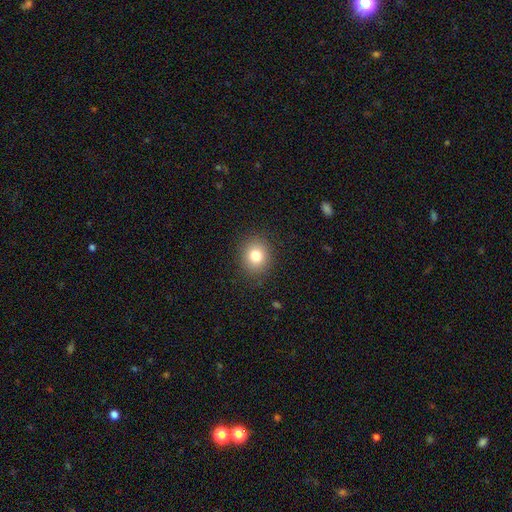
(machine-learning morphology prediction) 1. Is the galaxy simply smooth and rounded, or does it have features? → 79% smooth, 12% star or artifact, 9% featured or disk.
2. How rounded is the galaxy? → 74% round, 25% in between, 1% cigar-shaped.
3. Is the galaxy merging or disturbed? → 89% none, 7% minor disturbance, 3% major disturbance, 1% merger.